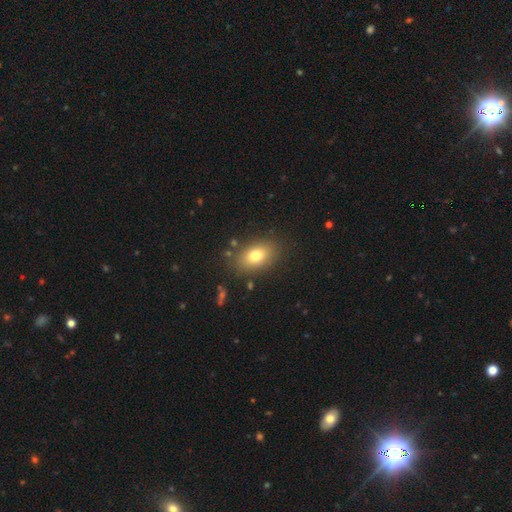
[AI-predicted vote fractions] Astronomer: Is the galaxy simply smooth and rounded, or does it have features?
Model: smooth — 77%.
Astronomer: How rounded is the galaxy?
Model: in between — 85%.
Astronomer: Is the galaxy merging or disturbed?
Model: none — 83%.